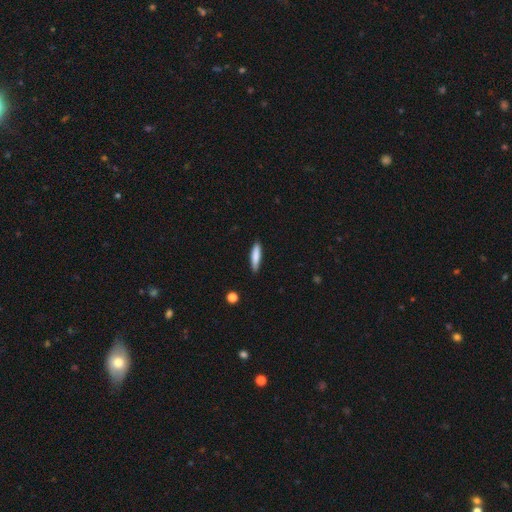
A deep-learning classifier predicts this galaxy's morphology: Overall: smooth (82%). How rounded: cigar-shaped (78%). Merging: none (86%).